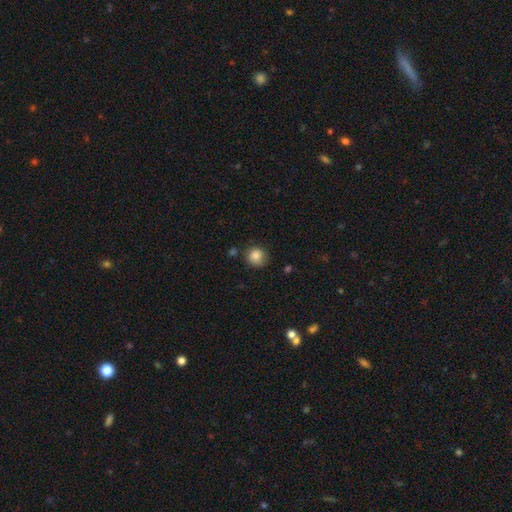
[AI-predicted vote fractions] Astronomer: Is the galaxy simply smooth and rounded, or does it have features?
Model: smooth — 86%.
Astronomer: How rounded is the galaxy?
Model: round — 88%.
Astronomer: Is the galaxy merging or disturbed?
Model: none — 72%.